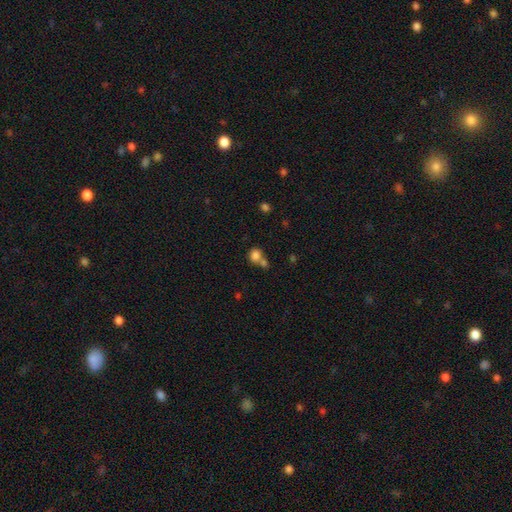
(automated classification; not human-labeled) Smooth or featured? Predicted: smooth (p=0.81). How rounded? Predicted: round (p=0.74). Merging? Predicted: merger (p=0.46).